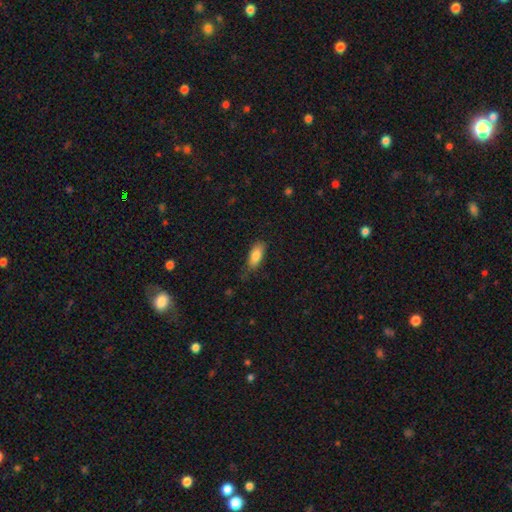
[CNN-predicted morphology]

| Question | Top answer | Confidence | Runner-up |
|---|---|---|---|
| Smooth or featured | smooth | 83% | featured or disk (10%) |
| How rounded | in between | 80% | cigar-shaped (18%) |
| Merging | none | 70% | minor disturbance (24%) |